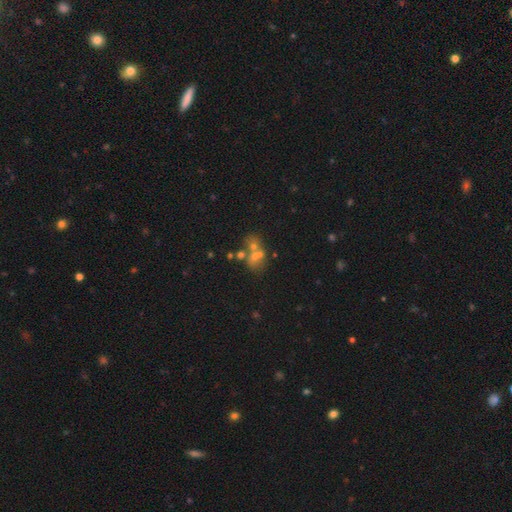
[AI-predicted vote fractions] Smooth or featured?
  - smooth: 45% *
  - featured or disk: 37%
  - star or artifact: 19%
Merging?
  - merger: 53% *
  - none: 28%
  - minor disturbance: 10%
  - major disturbance: 9%